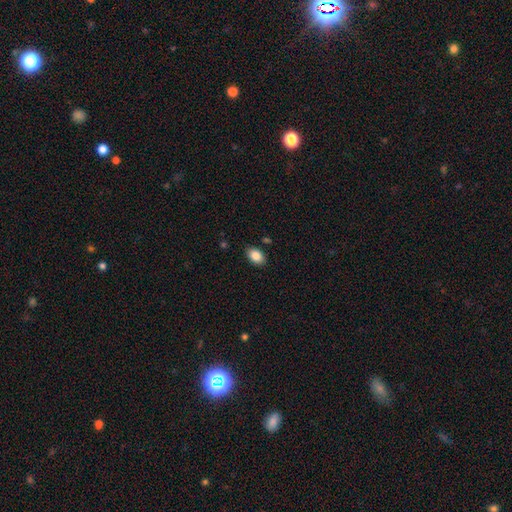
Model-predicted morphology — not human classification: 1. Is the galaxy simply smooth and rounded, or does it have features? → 87% smooth, 8% star or artifact, 6% featured or disk.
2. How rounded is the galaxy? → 89% in between, 10% round, 1% cigar-shaped.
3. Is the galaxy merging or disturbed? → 86% none, 10% minor disturbance, 2% major disturbance, 2% merger.